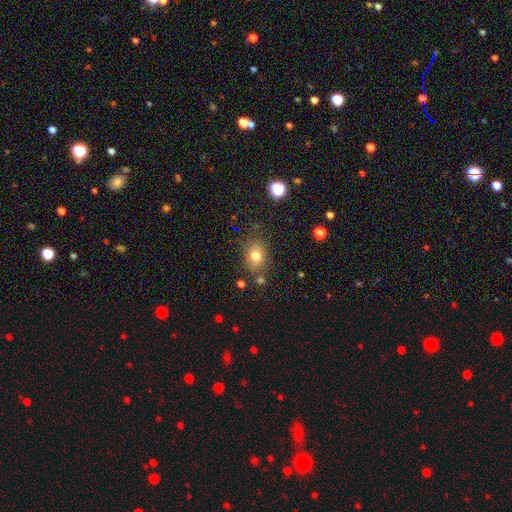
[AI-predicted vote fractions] This is likely a smooth galaxy (78%). How rounded: possibly in between (59%). Merging: likely none (77%).